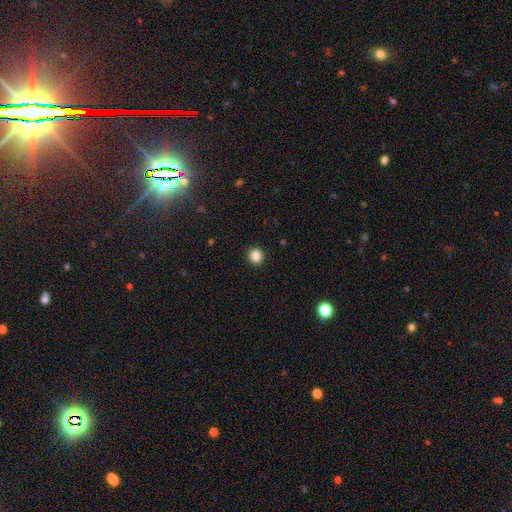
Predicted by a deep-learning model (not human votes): smooth-or-featured: smooth: 86% | star or artifact: 11% | featured or disk: 3%
  how-rounded: round: 93% | in between: 6% | cigar-shaped: 1%
  merging: none: 93% | minor disturbance: 4% | major disturbance: 2% | merger: 1%